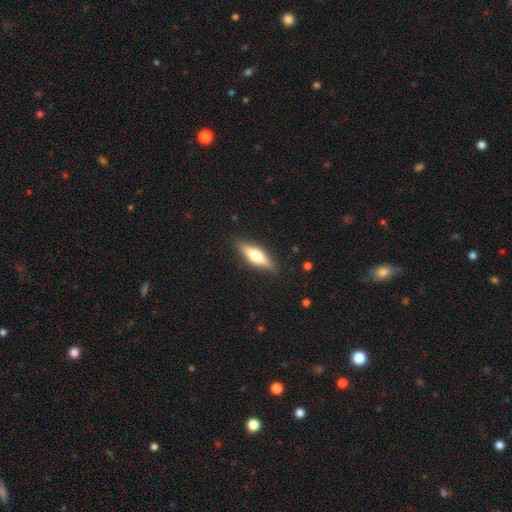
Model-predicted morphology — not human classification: Overall: featured or disk (53%; smooth 41%). Edge-on disk: yes (93%). Merging: none (87%).